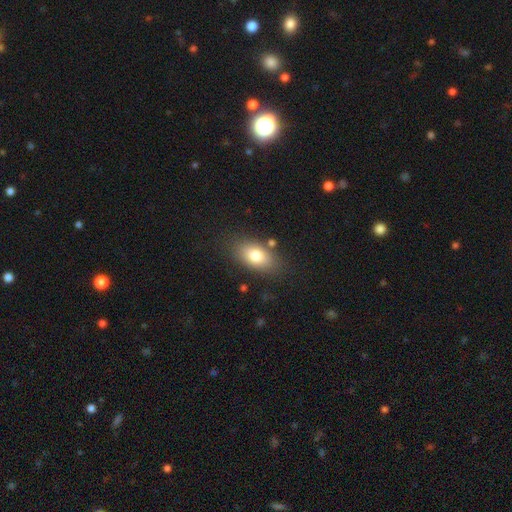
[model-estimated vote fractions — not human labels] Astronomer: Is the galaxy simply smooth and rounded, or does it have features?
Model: smooth — 78%.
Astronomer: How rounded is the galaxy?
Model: in between — 88%.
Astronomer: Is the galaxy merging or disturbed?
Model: none — 79%.